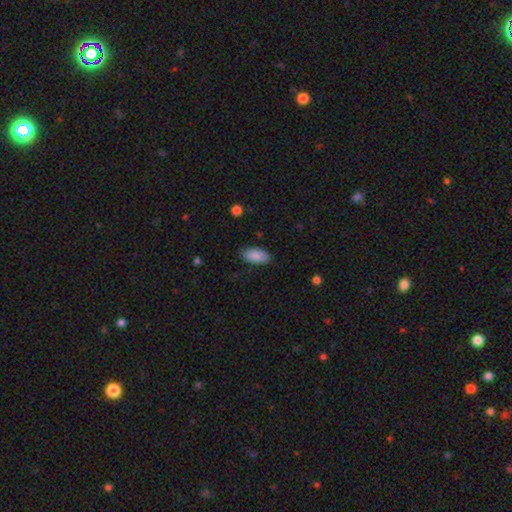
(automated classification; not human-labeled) Morphology: type=smooth (89%); roundness=in between (93%); merging=none (86%).